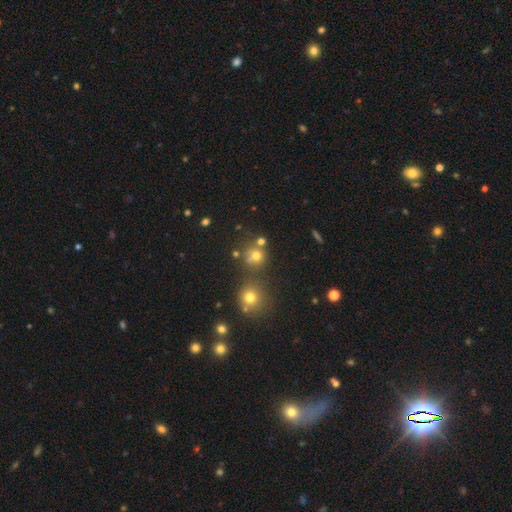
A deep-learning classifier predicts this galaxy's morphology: Overall: smooth (68%). How rounded: round (86%). Merging: none (61%; merger 23%).